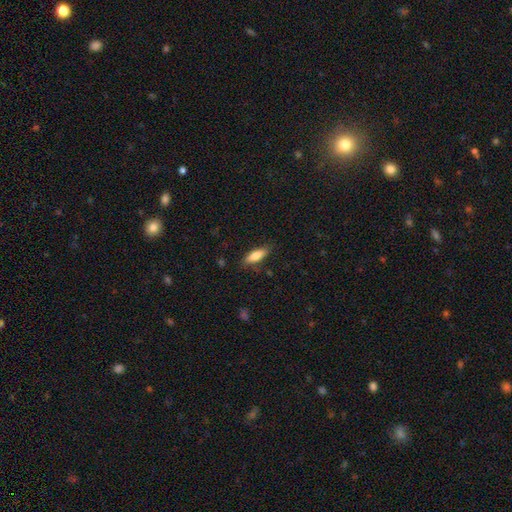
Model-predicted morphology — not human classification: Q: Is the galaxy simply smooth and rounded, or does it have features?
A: smooth — 77%.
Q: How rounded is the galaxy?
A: in between — 59%.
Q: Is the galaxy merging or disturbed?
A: none — 82%.